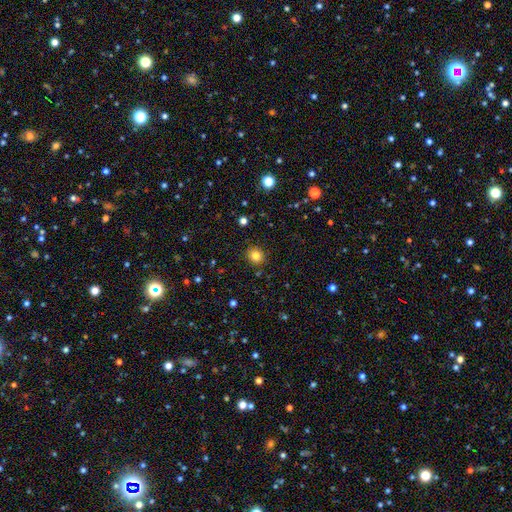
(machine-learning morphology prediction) Smooth or featured: smooth — 81% (star or artifact — 13%)
How rounded: round — 88% (in between — 11%)
Merging: none — 89% (minor disturbance — 7%)